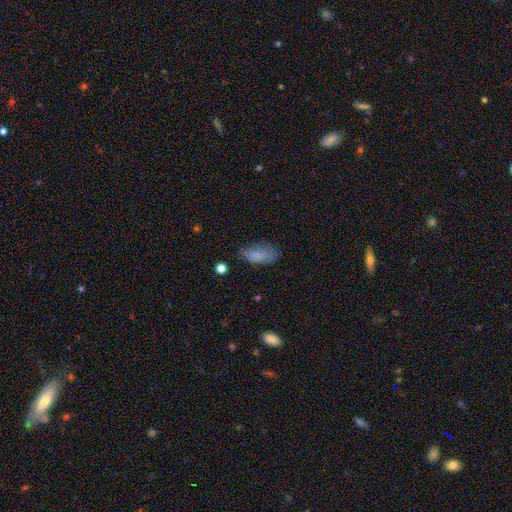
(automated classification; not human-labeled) This is clearly a smooth galaxy (80%). How rounded: clearly in between (89%). Merging: likely none (62%).